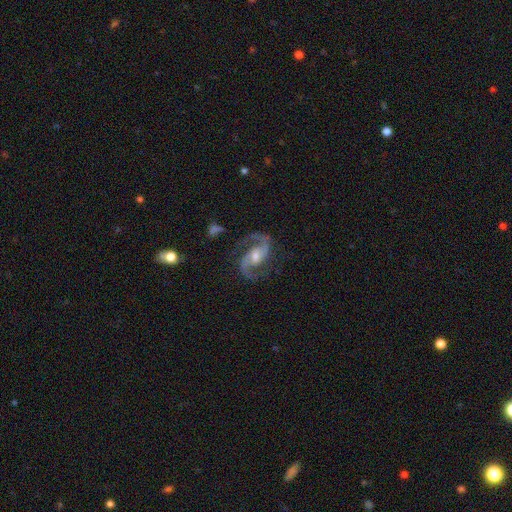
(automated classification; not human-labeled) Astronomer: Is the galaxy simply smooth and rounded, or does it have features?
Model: featured or disk — 92%.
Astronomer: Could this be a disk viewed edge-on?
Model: no — 98%.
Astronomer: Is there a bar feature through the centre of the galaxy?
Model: weak — 43% (runner-up: no, 31%).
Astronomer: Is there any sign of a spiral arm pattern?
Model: yes — 98%.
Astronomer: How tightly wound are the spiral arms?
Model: medium — 60%.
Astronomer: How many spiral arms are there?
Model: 2 — 94%.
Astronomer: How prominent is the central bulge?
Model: moderate — 53% (runner-up: small, 39%).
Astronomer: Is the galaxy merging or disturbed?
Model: none — 78%.